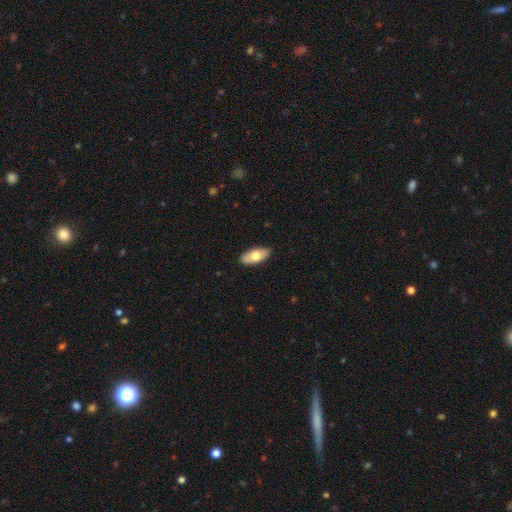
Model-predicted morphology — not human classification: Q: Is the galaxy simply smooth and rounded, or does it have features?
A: smooth — 69%.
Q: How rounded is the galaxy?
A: in between — 89%.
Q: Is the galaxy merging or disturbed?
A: none — 88%.